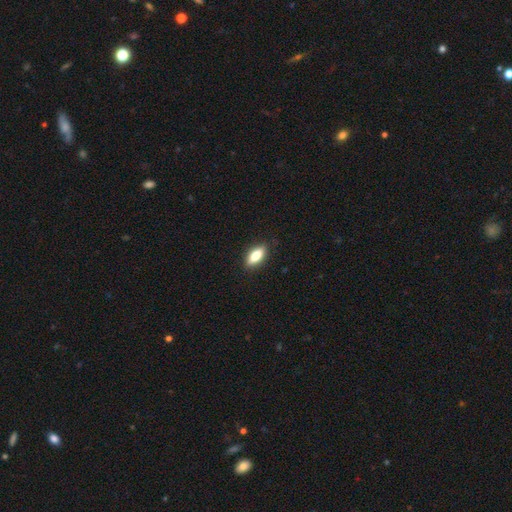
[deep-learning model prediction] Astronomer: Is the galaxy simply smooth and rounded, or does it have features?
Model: smooth — 78%.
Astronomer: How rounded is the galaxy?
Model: in between — 78%.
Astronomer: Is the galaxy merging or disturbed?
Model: none — 87%.